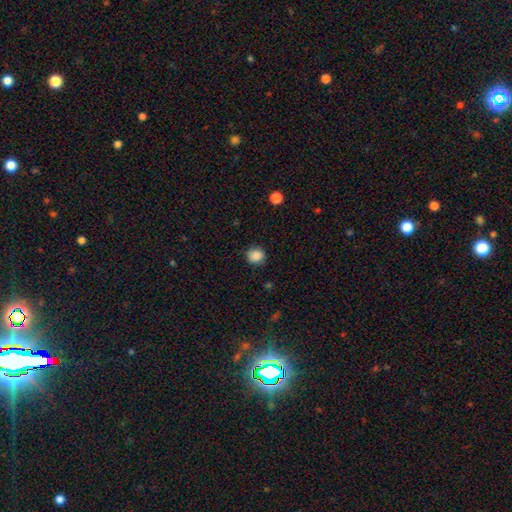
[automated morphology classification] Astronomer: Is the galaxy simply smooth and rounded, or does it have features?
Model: smooth — 87%.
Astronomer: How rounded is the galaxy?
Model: round — 85%.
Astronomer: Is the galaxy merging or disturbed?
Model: none — 86%.